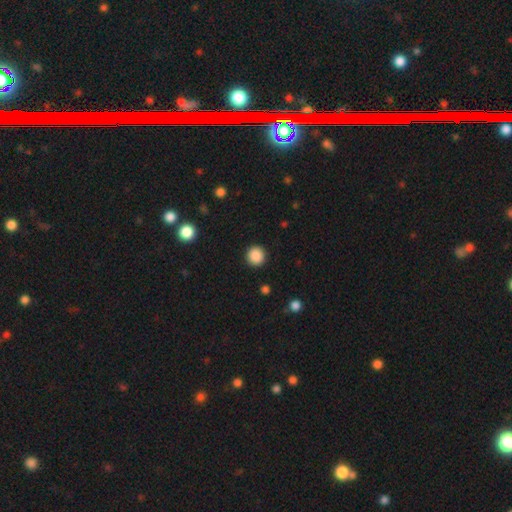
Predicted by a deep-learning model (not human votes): Smooth or featured?
  - smooth: 88% *
  - star or artifact: 10%
  - featured or disk: 3%
How rounded?
  - round: 93% *
  - in between: 6%
  - cigar-shaped: 1%
Merging?
  - none: 92% *
  - minor disturbance: 5%
  - major disturbance: 2%
  - merger: 1%